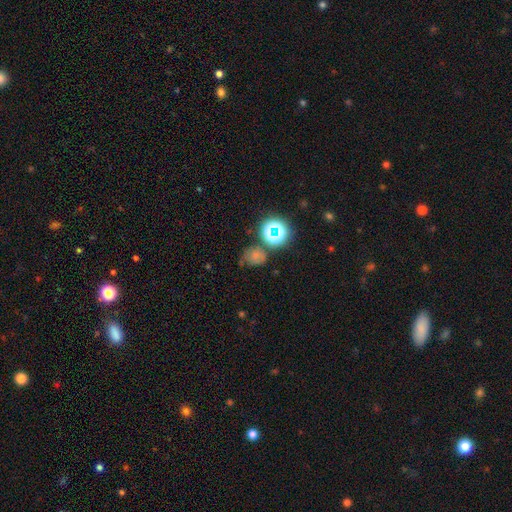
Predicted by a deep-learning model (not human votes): Smooth or featured? Predicted: smooth (p=0.61). How rounded? Predicted: round (p=0.61). Merging? Predicted: none (p=0.53).